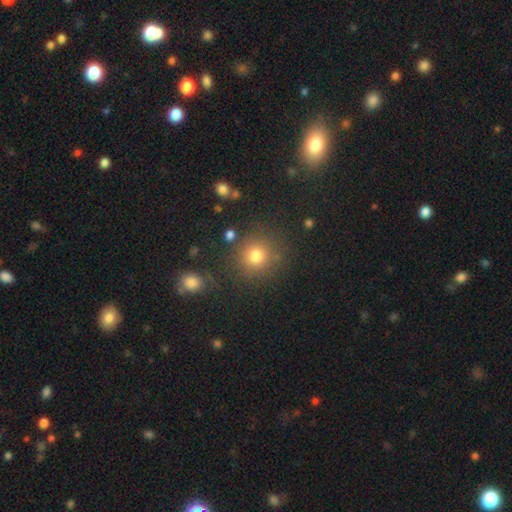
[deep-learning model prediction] A smooth galaxy with no disk features (77%) that is round (90%). Merging: none (82%).